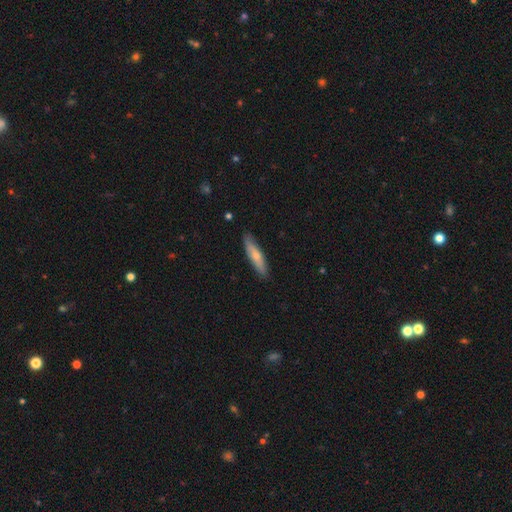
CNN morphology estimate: Smooth or featured?
  - smooth: 65% *
  - featured or disk: 29%
  - star or artifact: 6%
How rounded?
  - cigar-shaped: 78% *
  - in between: 20%
  - round: 2%
Merging?
  - none: 87% *
  - minor disturbance: 10%
  - major disturbance: 2%
  - merger: 1%